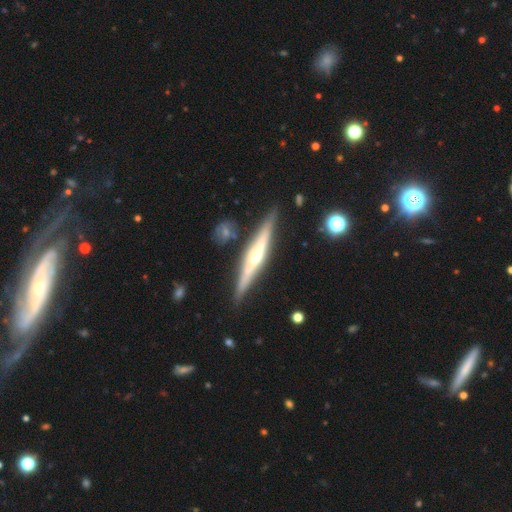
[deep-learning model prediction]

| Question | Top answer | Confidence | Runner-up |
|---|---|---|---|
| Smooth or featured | featured or disk | 73% | smooth (21%) |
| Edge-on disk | yes | 96% | no (4%) |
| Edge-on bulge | rounded | 77% | none (15%) |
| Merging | none | 85% | minor disturbance (10%) |